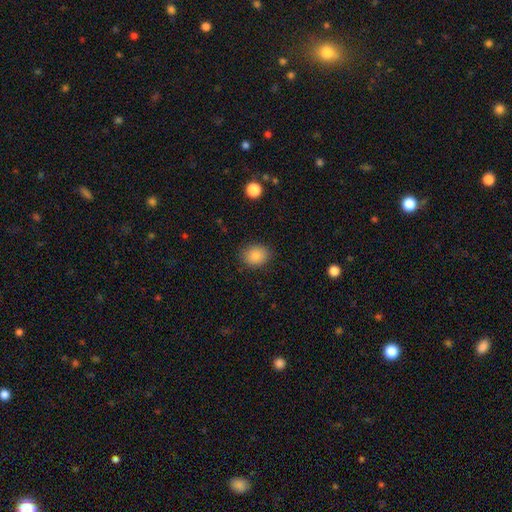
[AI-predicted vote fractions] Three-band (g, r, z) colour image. It shows a smooth galaxy with no disk features (85%) that is round (57%). Merging: none (84%).